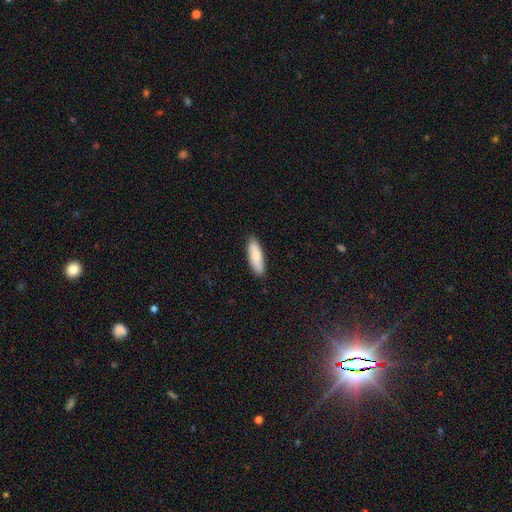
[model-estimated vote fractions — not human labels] Smooth or featured?
  - smooth: 83% *
  - featured or disk: 11%
  - star or artifact: 5%
How rounded?
  - in between: 50% *
  - cigar-shaped: 48%
  - round: 2%
Merging?
  - none: 88% *
  - minor disturbance: 10%
  - major disturbance: 2%
  - merger: 1%